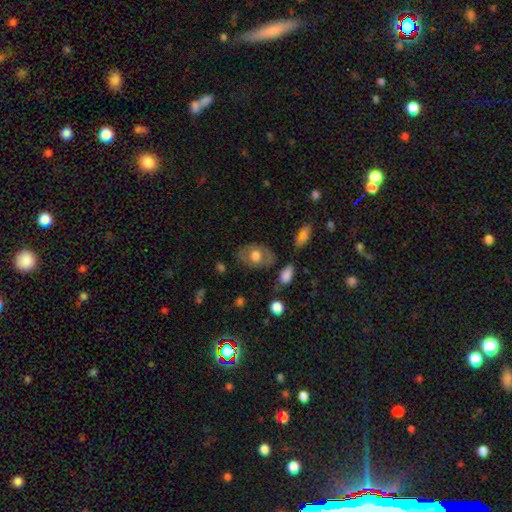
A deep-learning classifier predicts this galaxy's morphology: Overall: smooth (57%; featured or disk 36%). How rounded: in between (75%). Merging: none (71%).